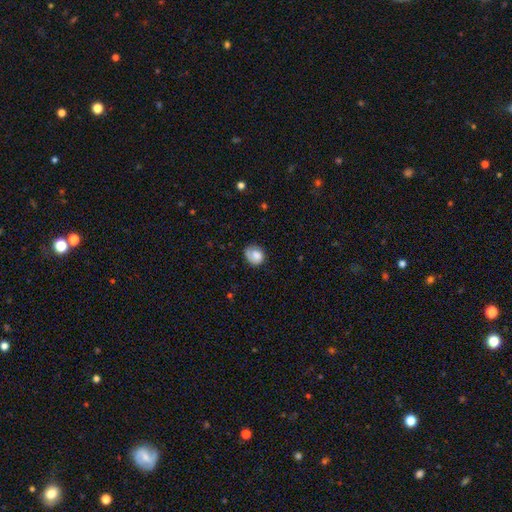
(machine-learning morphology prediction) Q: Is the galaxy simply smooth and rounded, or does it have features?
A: smooth — 76%.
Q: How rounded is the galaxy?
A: round — 64%.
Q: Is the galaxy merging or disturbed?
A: none — 58%.